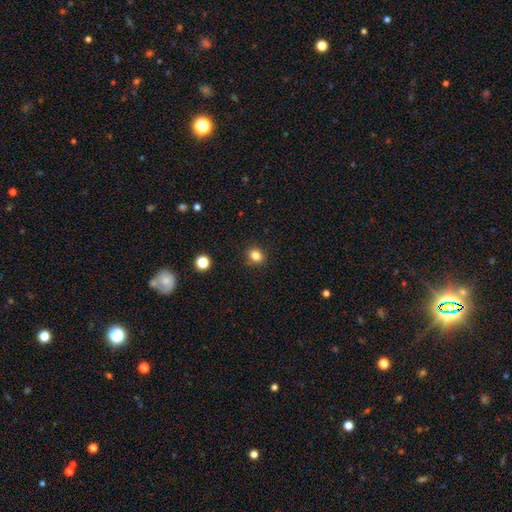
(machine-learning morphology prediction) Smooth or featured?
  - smooth: 83% *
  - star or artifact: 12%
  - featured or disk: 5%
How rounded?
  - round: 72% *
  - in between: 27%
  - cigar-shaped: 1%
Merging?
  - none: 89% *
  - minor disturbance: 8%
  - major disturbance: 2%
  - merger: 1%